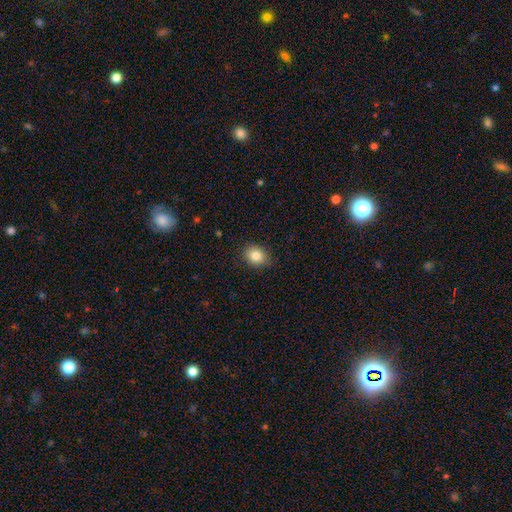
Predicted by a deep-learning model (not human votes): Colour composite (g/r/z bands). It shows a smooth galaxy with no disk features (85%) that is round (57%). Merging: none (86%).